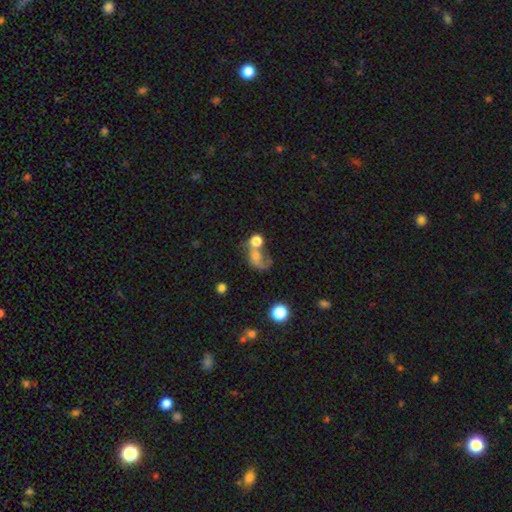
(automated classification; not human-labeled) Smooth or featured? Predicted: smooth (p=0.55). How rounded? Predicted: in between (p=0.52). Merging? Predicted: merger (p=0.44).